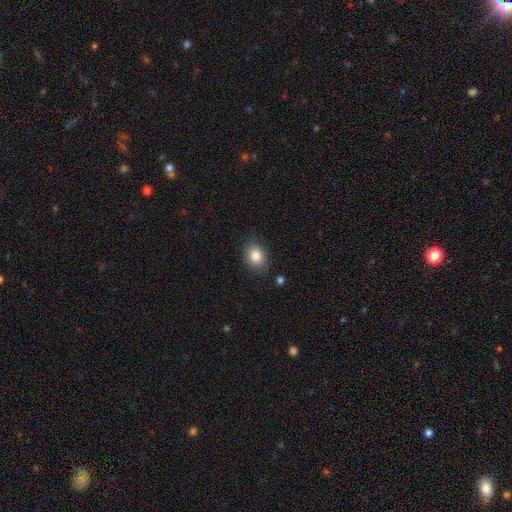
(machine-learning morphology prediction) The model was most divided on "how rounded": in between: 58%, round: 41%, cigar-shaped: 1%. More confident: smooth or featured — smooth (83%); merging — none (83%).